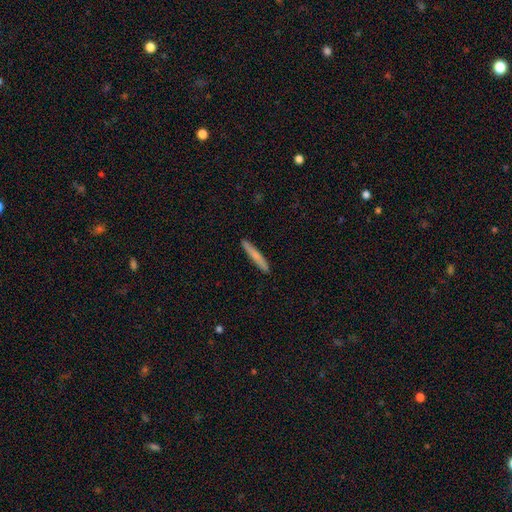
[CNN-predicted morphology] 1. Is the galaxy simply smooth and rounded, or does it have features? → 72% smooth, 23% featured or disk, 6% star or artifact.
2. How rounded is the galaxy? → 96% cigar-shaped, 3% in between, 1% round.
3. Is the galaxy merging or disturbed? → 90% none, 7% minor disturbance, 1% major disturbance, 1% merger.